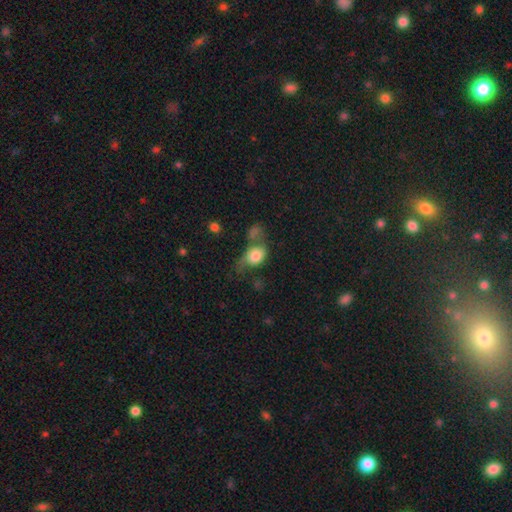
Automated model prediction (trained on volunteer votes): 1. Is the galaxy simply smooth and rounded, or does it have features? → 70% smooth, 21% featured or disk, 9% star or artifact.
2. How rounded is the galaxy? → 61% in between, 37% round, 2% cigar-shaped.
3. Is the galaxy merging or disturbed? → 31% merger, 29% major disturbance, 22% none, 18% minor disturbance.